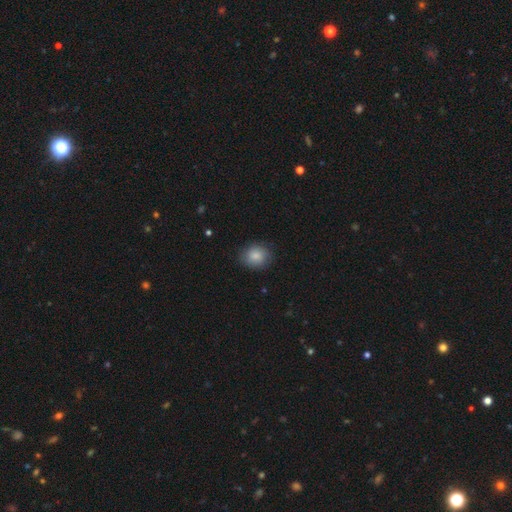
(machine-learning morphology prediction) smooth_or_featured: smooth (p=0.86) [alt: star or artifact p=0.08]
how_rounded: round (p=0.68) [alt: in between p=0.31]
merging: none (p=0.83) [alt: minor disturbance p=0.13]